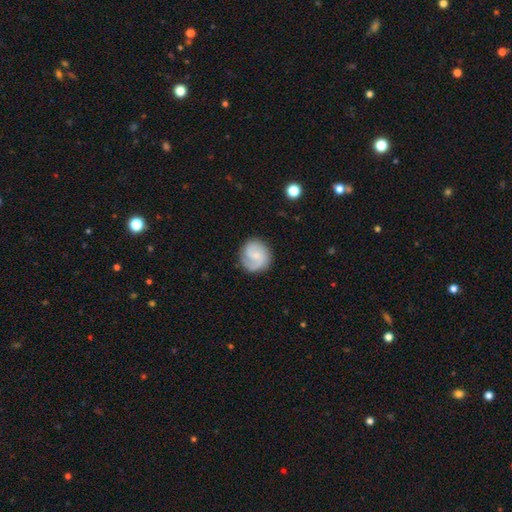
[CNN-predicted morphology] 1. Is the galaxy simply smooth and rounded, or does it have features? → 64% featured or disk, 30% smooth, 6% star or artifact.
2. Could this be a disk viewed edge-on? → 98% no, 2% yes.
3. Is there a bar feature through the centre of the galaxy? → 58% no, 37% weak, 5% strong.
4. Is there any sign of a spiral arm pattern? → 93% yes, 7% no.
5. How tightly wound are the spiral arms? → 44% medium, 35% tight, 22% loose.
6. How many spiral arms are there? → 57% 2, 24% 1, 11% can't tell, 6% 3, 2% 4, 2% more than 4.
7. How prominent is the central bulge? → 65% small, 22% moderate, 10% none, 2% large, 1% dominant.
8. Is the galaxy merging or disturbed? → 78% none, 15% minor disturbance, 6% major disturbance, 1% merger.